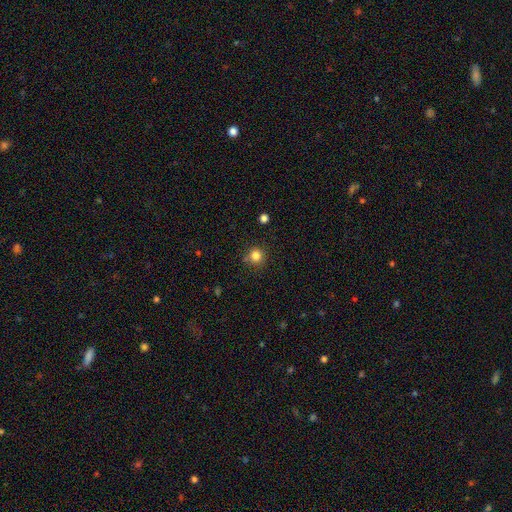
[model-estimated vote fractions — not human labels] smooth 82%, star or artifact 13%, featured or disk 5%. Down the decision tree: how rounded — round (93%); merging — none (82%).